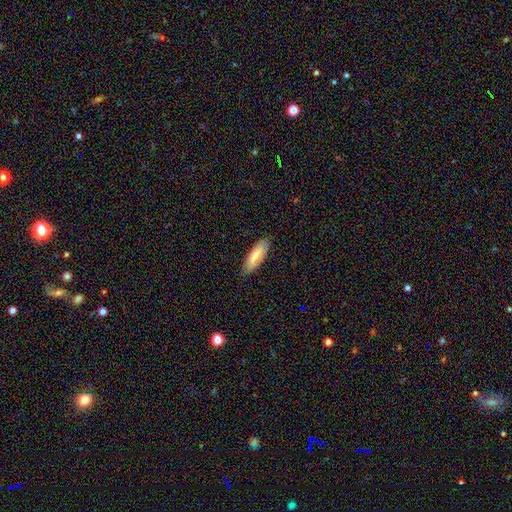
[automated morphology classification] smooth-or-featured: smooth: 74% | featured or disk: 20% | star or artifact: 6%
  how-rounded: in between: 51% | cigar-shaped: 48% | round: 1%
  merging: none: 84% | minor disturbance: 13% | major disturbance: 2% | merger: 1%